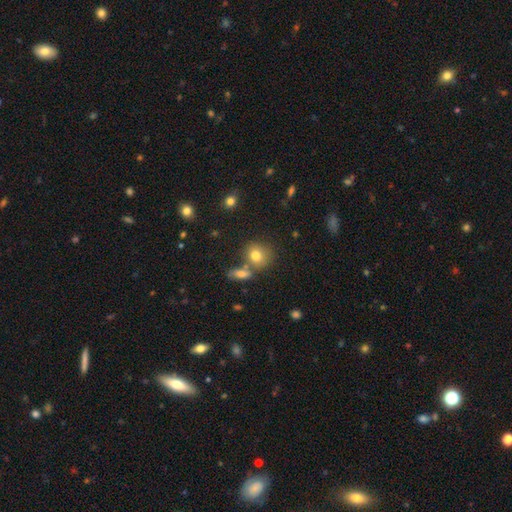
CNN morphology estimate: Smooth or featured? Predicted: smooth (p=0.78). How rounded? Predicted: round (p=0.75). Merging? Predicted: none (p=0.59).